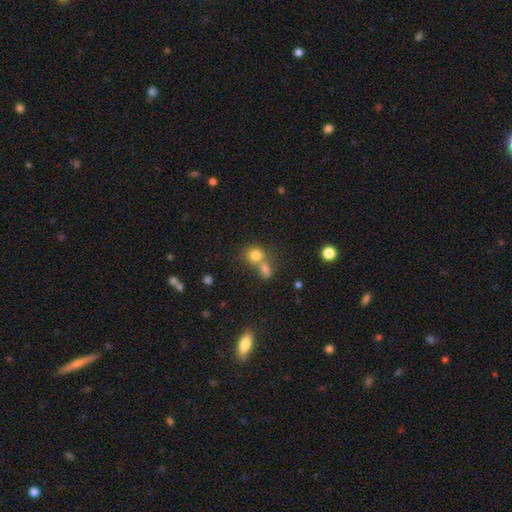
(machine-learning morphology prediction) type=smooth (78%); roundness=round (80%); merging=merger (50%).